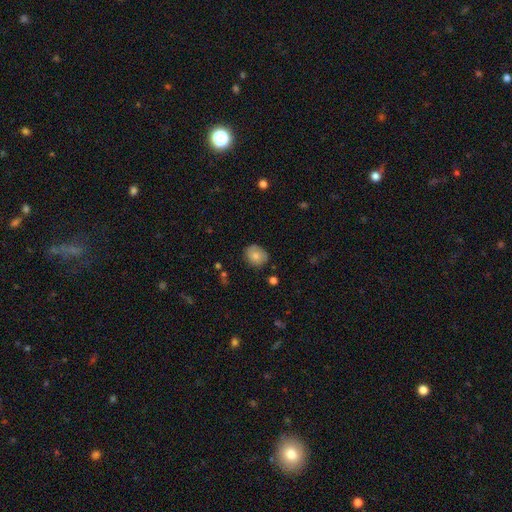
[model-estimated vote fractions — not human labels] Morphology: type=smooth (77%); roundness=round (61%); merging=none (74%).